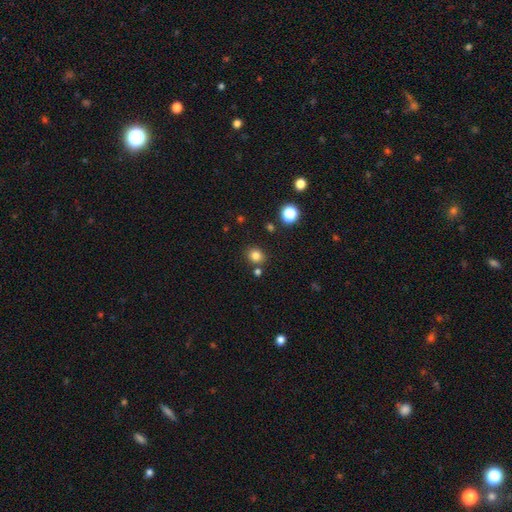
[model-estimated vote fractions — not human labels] Overall: smooth (81%). How rounded: round (80%). Merging: none (81%).